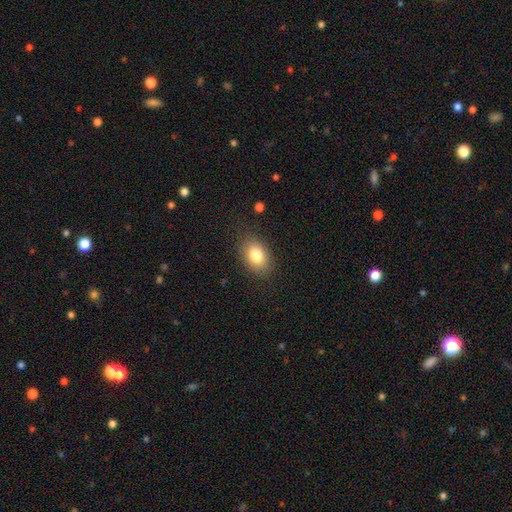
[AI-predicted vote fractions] Morphology: type=smooth (82%); roundness=in between (78%); merging=none (83%).